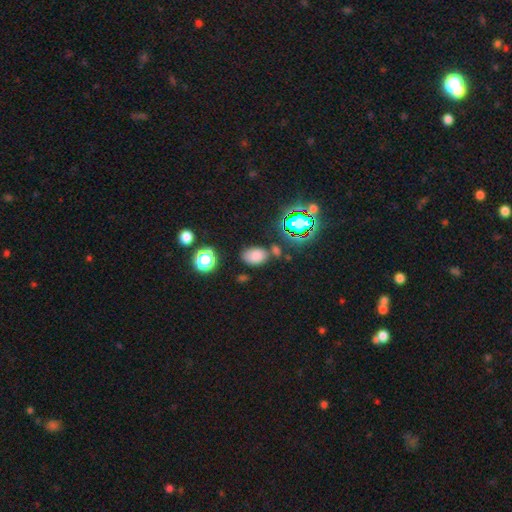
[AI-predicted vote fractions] Smooth or featured? smooth (73%)
How rounded? in between (80%)
Merging? none (73%)